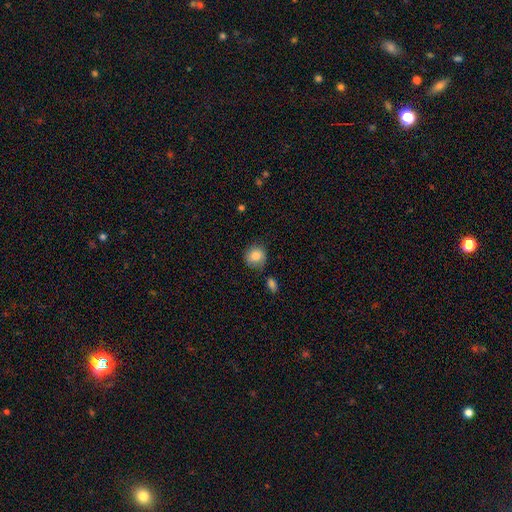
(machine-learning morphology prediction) smooth_or_featured: smooth (p=0.82) [alt: featured or disk p=0.10]
how_rounded: round (p=0.83) [alt: in between p=0.16]
merging: none (p=0.75) [alt: minor disturbance p=0.17]